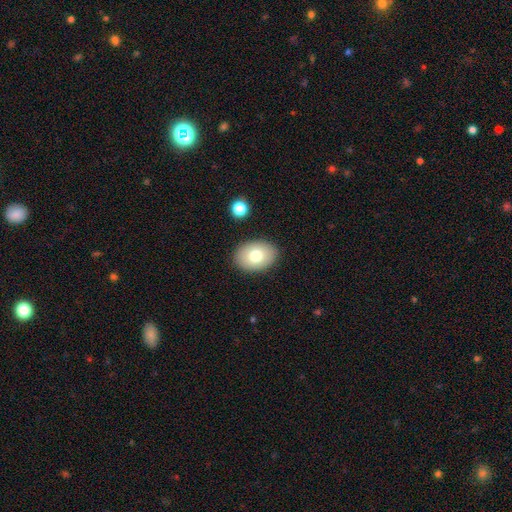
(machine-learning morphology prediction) A smooth galaxy with no disk features (76%) that is in between round and cigar-shaped (79%). Merging: none (88%).